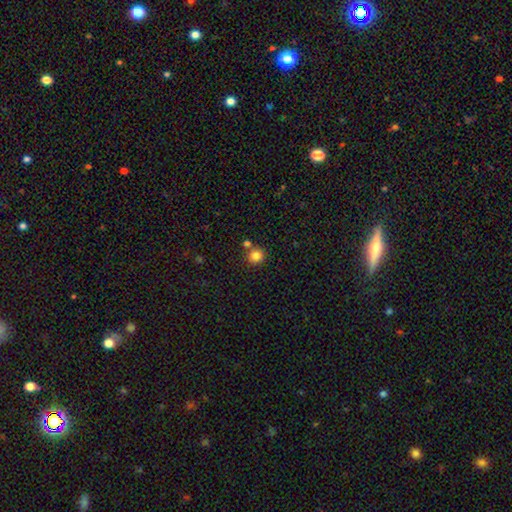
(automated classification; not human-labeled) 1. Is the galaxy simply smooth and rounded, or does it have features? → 84% smooth, 11% star or artifact, 5% featured or disk.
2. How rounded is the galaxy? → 91% round, 8% in between, 1% cigar-shaped.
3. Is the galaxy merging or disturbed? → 75% none, 15% merger, 8% minor disturbance, 2% major disturbance.